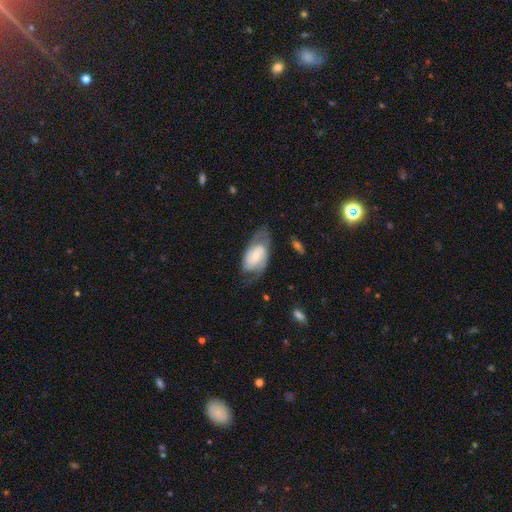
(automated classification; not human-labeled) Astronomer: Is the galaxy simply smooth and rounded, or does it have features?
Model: featured or disk — 63%.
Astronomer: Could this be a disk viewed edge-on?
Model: no — 94%.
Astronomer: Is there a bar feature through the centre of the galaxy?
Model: no — 56% (runner-up: weak, 34%).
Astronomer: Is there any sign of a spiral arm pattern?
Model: yes — 81%.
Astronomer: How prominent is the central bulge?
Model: small — 57% (runner-up: moderate, 35%).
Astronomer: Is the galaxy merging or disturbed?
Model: none — 55%.